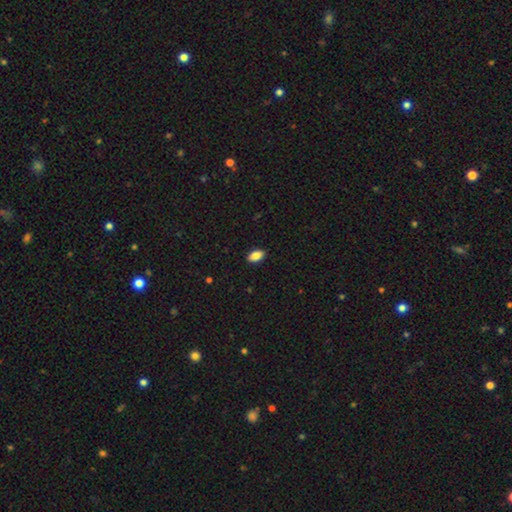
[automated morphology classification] Smooth or featured? smooth (86%)
How rounded? in between (92%)
Merging? none (90%)